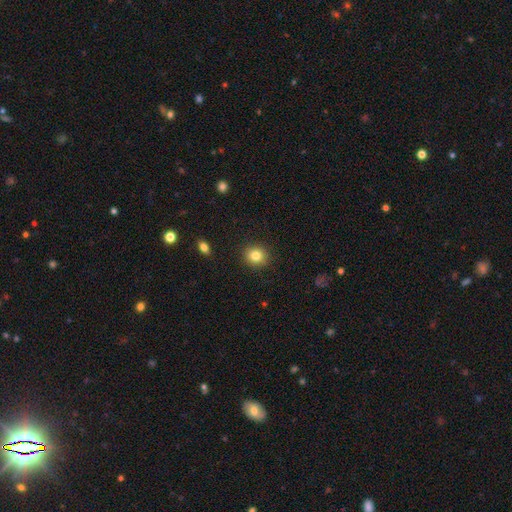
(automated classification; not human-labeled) A smooth galaxy with no disk features (82%) that is round (83%).

Vote fractions:
- Smooth or featured? smooth: 82% / star or artifact: 11% / featured or disk: 7%
- How rounded? round: 83% / in between: 16% / cigar-shaped: 1%
- Merging? none: 90% / minor disturbance: 7% / major disturbance: 2% / merger: 1%